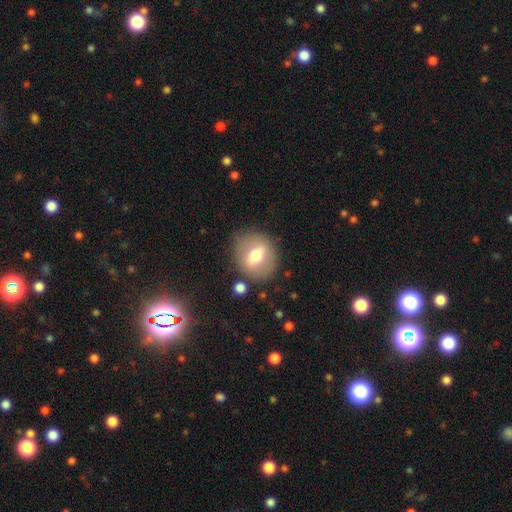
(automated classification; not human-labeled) Smooth or featured?
  - smooth: 52% *
  - featured or disk: 40%
  - star or artifact: 8%
How rounded?
  - round: 66% *
  - in between: 32%
  - cigar-shaped: 2%
Merging?
  - none: 80% *
  - minor disturbance: 12%
  - major disturbance: 5%
  - merger: 3%